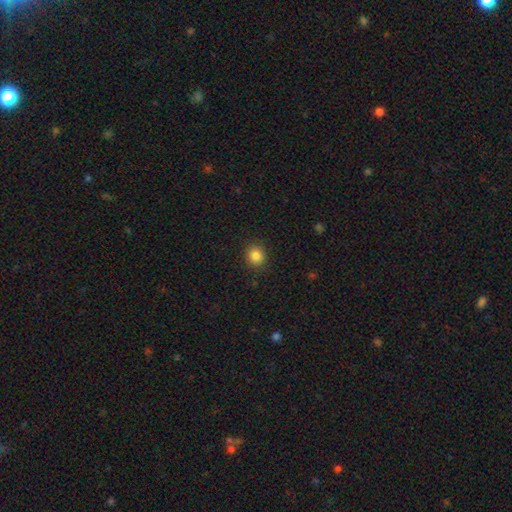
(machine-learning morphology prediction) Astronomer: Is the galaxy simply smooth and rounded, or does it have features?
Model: smooth — 85%.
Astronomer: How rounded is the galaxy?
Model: round — 84%.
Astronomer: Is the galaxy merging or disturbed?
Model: none — 90%.